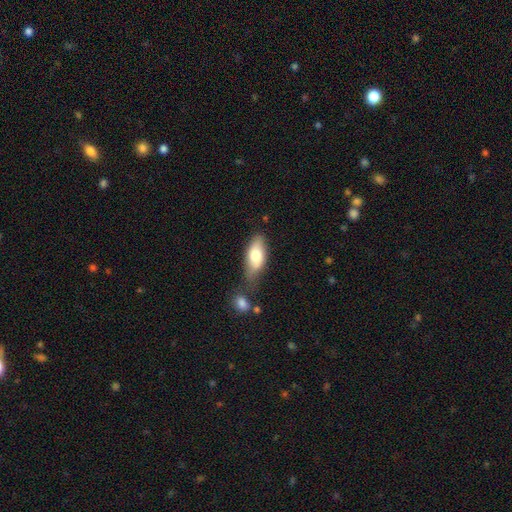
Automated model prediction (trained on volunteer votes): A smooth galaxy with no disk features (74%) that is in between round and cigar-shaped (83%).

Vote fractions:
- Smooth or featured? smooth: 74% / featured or disk: 20% / star or artifact: 6%
- How rounded? in between: 83% / cigar-shaped: 14% / round: 3%
- Merging? none: 53% / minor disturbance: 24% / merger: 15% / major disturbance: 8%